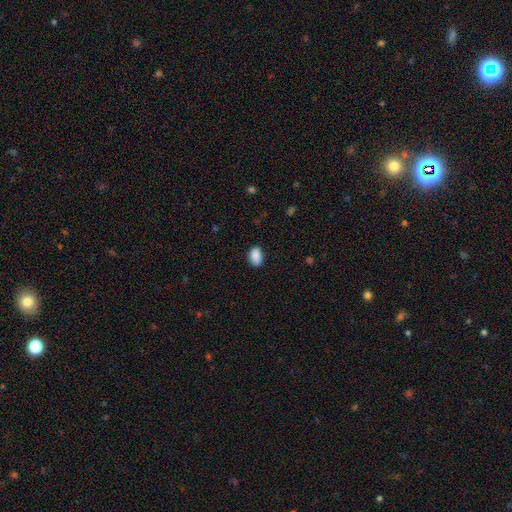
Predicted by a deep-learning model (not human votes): Smooth or featured: smooth — 90% (star or artifact — 7%)
How rounded: in between — 92% (round — 6%)
Merging: none — 84% (minor disturbance — 13%)